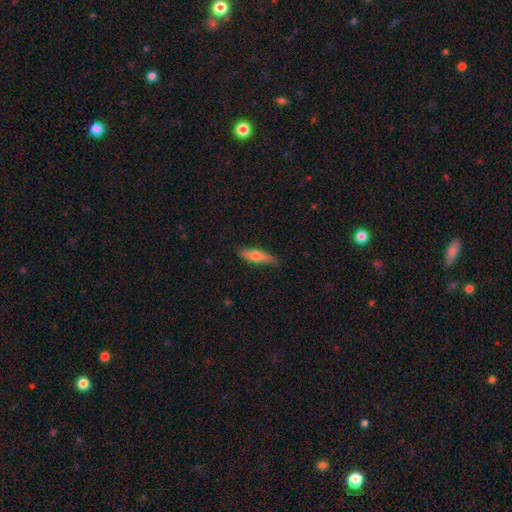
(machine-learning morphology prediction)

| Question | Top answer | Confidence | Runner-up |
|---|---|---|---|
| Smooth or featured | smooth | 63% | featured or disk (31%) |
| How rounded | cigar-shaped | 70% | in between (28%) |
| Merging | none | 78% | minor disturbance (18%) |